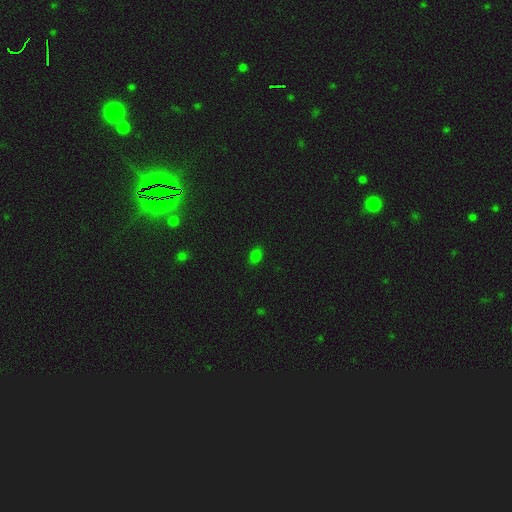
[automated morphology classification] Smooth or featured?
  - smooth: 78% *
  - star or artifact: 18%
  - featured or disk: 4%
How rounded?
  - in between: 84% *
  - round: 14%
  - cigar-shaped: 2%
Merging?
  - none: 86% *
  - minor disturbance: 10%
  - major disturbance: 3%
  - merger: 1%